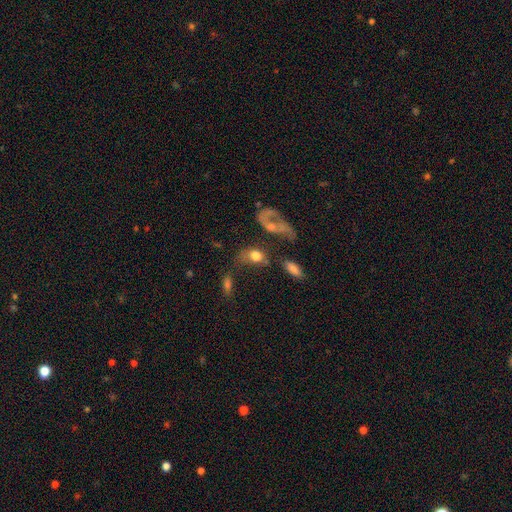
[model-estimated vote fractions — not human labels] smooth 67%, featured or disk 23%, star or artifact 10%. Down the decision tree: how rounded — in between (70%); merging — none (32%).